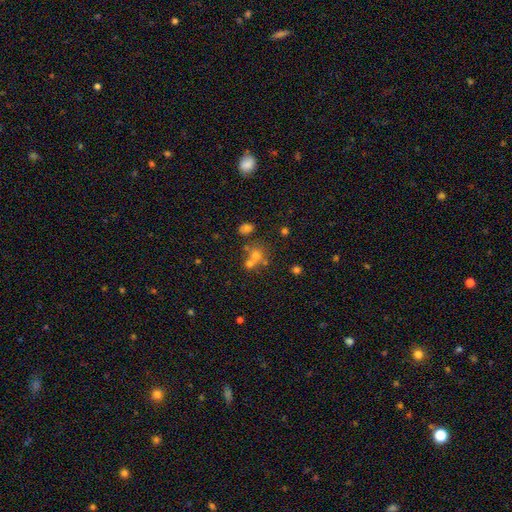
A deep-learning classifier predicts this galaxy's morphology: A smooth galaxy with no disk features (52%) that is round (78%).

Vote fractions:
- Smooth or featured? smooth: 52% / star or artifact: 31% / featured or disk: 18%
- How rounded? round: 78% / in between: 21% / cigar-shaped: 1%
- Merging? none: 48% / merger: 40% / minor disturbance: 8% / major disturbance: 4%